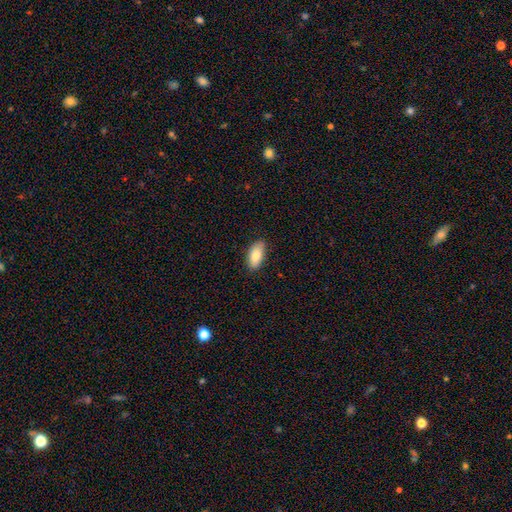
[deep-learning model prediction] Smooth or featured?
  - smooth: 83% *
  - featured or disk: 11%
  - star or artifact: 7%
How rounded?
  - in between: 92% *
  - cigar-shaped: 6%
  - round: 3%
Merging?
  - none: 85% *
  - minor disturbance: 12%
  - major disturbance: 2%
  - merger: 1%